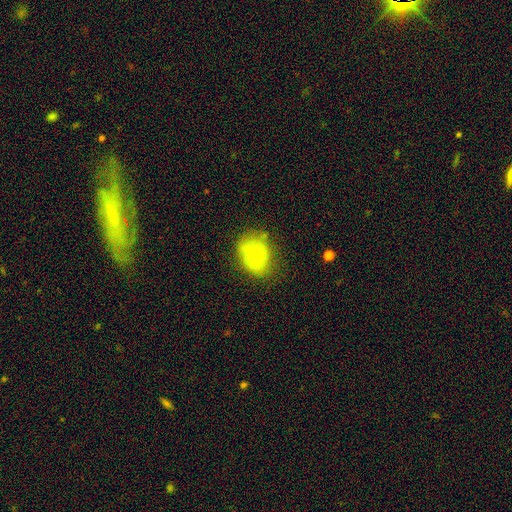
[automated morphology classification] Q: Smooth or featured?
A: smooth (64%); runner-up: featured or disk (27%)
Q: How rounded?
A: in between (58%); runner-up: round (41%)
Q: Merging?
A: none (51%); runner-up: minor disturbance (28%)